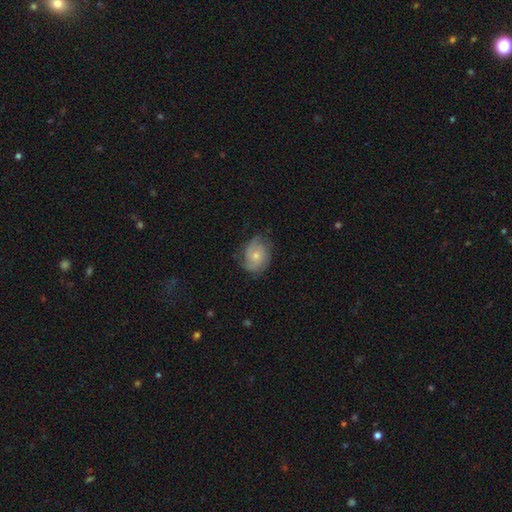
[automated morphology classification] This appears to be a featured or disk galaxy (55%) with no bar (78%), spiral arms (85%) and a small central bulge (58%). Merging: none (66%).